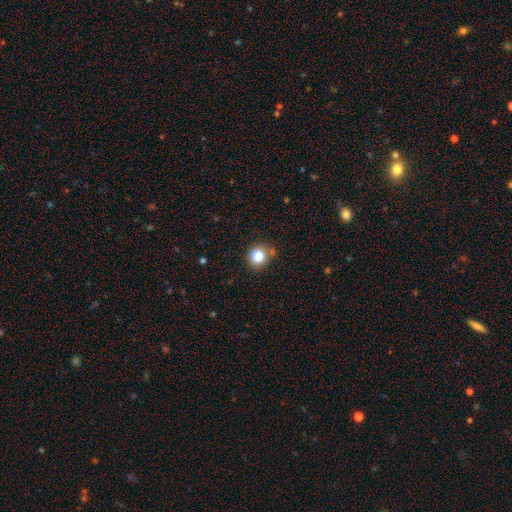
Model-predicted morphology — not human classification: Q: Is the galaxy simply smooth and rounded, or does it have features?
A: smooth — 79%.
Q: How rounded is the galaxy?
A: round — 91%.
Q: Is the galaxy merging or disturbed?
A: none — 85%.